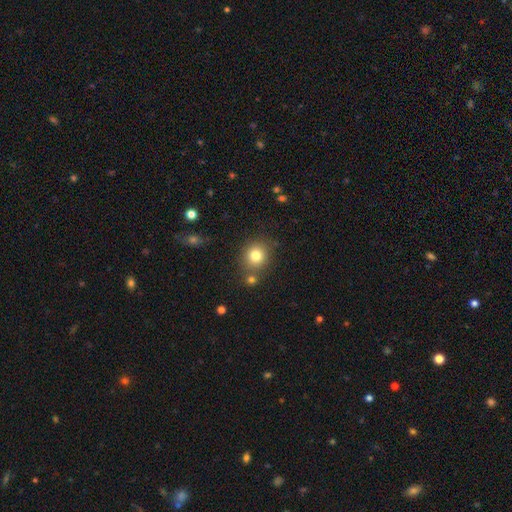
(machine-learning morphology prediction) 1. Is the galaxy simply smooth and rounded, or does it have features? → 80% smooth, 12% star or artifact, 8% featured or disk.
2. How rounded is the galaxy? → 84% round, 15% in between, 1% cigar-shaped.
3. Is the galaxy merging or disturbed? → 75% none, 12% merger, 10% minor disturbance, 3% major disturbance.